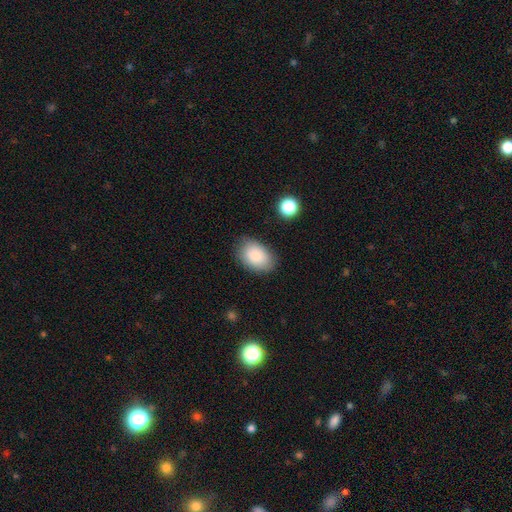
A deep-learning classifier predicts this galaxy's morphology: smooth 86%, star or artifact 7%, featured or disk 6%. Down the decision tree: how rounded — in between (88%); merging — none (79%).